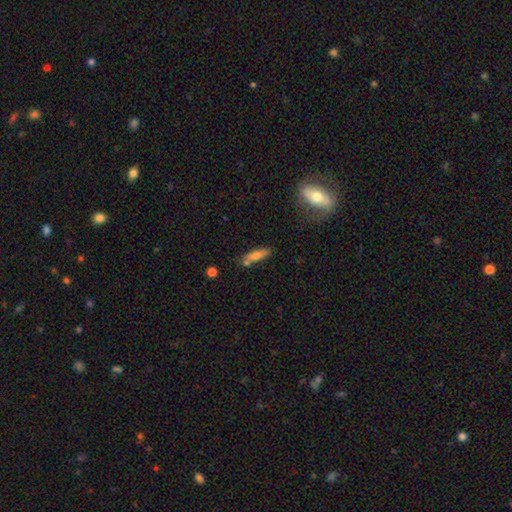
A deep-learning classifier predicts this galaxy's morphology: This is likely a smooth galaxy (66%). How rounded: likely cigar-shaped (63%). Merging: likely none (69%).